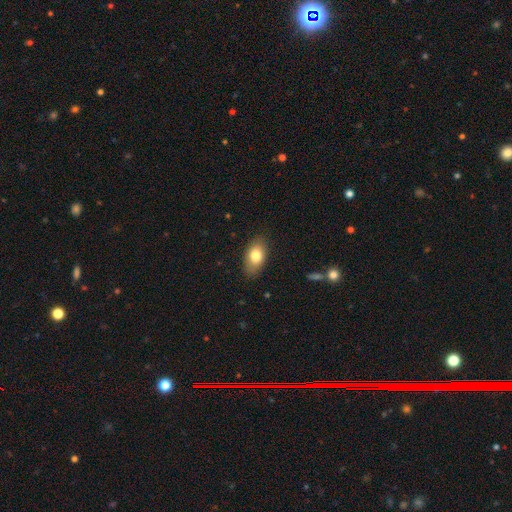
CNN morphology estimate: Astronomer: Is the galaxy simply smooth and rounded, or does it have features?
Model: smooth — 79%.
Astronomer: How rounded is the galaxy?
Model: in between — 90%.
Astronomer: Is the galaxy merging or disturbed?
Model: none — 83%.